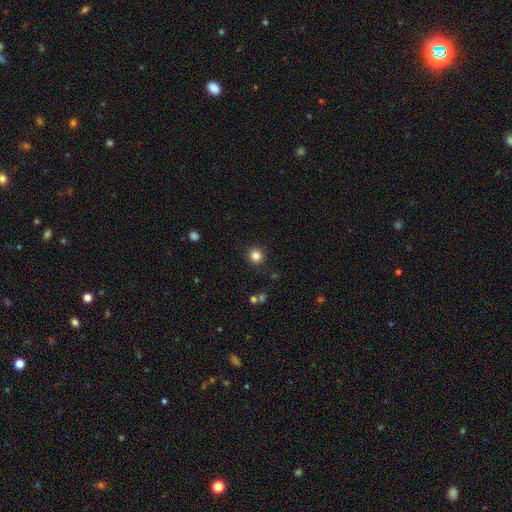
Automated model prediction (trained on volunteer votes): Smooth or featured? Predicted: smooth (p=0.84). How rounded? Predicted: round (p=0.91). Merging? Predicted: none (p=0.90).